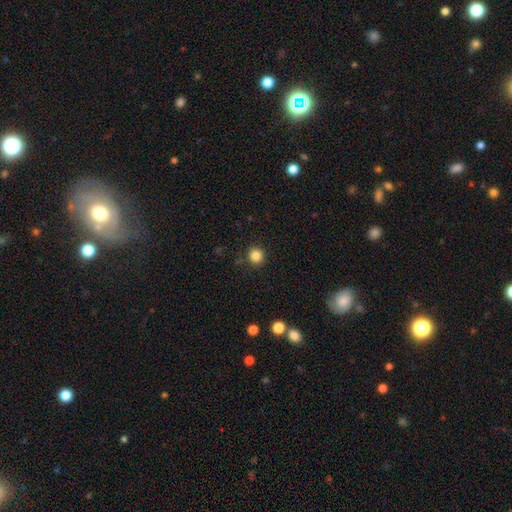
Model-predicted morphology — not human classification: smooth-or-featured: smooth: 84% | star or artifact: 12% | featured or disk: 4%
  how-rounded: round: 93% | in between: 6% | cigar-shaped: 1%
  merging: none: 90% | minor disturbance: 6% | major disturbance: 2% | merger: 2%